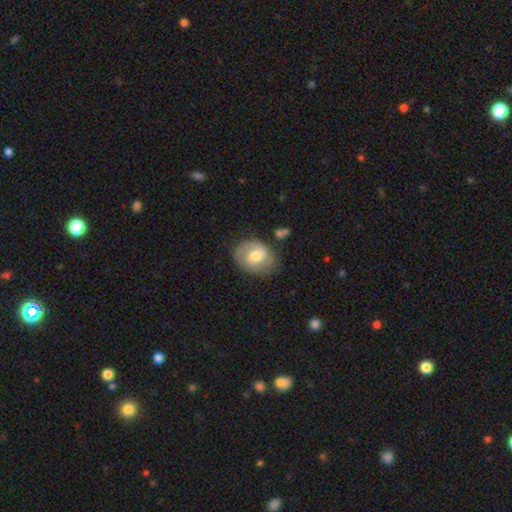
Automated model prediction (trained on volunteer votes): Overall: featured or disk (54%; smooth 39%). Edge-on disk: no (97%). Bar: no (51%; weak 41%). Spiral arms: yes (79%). Bulge size: moderate (68%). Merging: none (70%).